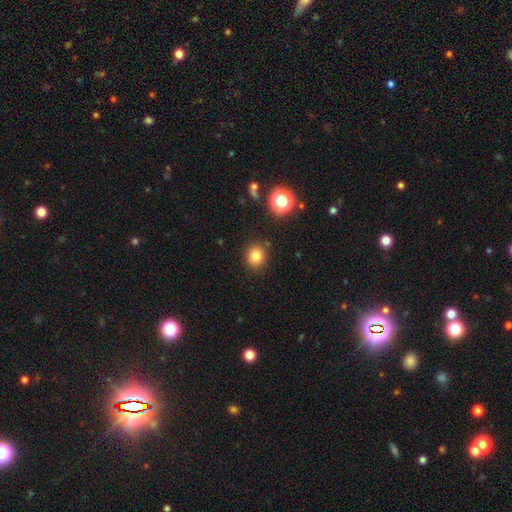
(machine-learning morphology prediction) This is clearly a smooth galaxy (81%). How rounded: likely round (76%). Merging: clearly none (86%).